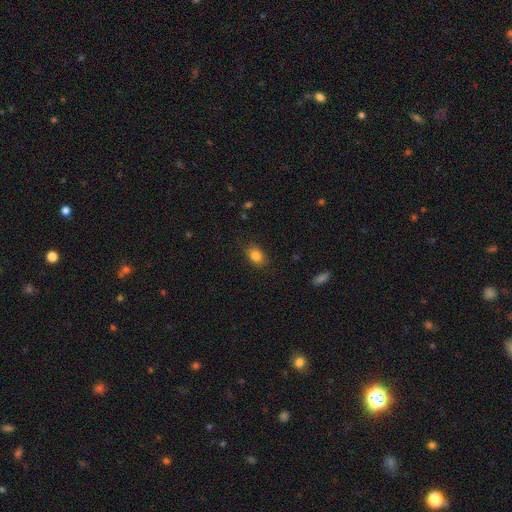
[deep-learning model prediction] This appears to be a smooth galaxy with no disk features (83%) that is in between round and cigar-shaped (71%). Merging: none (85%).